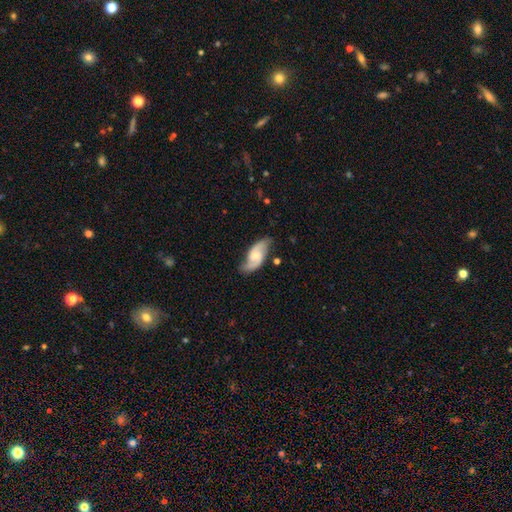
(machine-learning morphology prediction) The model was most divided on "bulge size": moderate: 45%, small: 44%, none: 7%, large: 3%, dominant: 1%. Remaining: edge-on disk — no (95%); spiral arms — yes (95%); spiral arm count — 2 (90%); smooth or featured — featured or disk (77%); merging — none (74%); bar — no (46%); spiral winding — medium (45%).